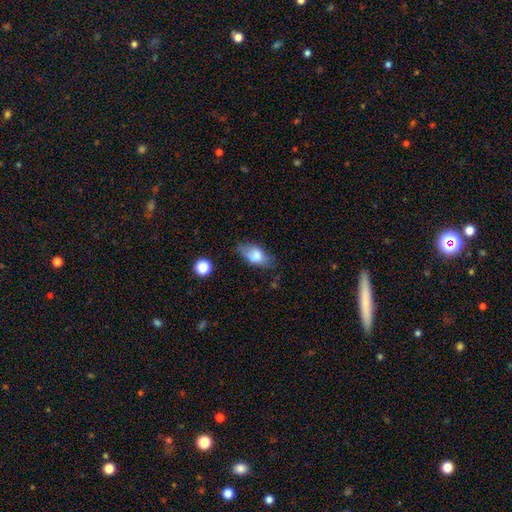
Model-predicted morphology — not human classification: A smooth galaxy with no disk features (74%) that is in between round and cigar-shaped (87%). Merging: none (55%).